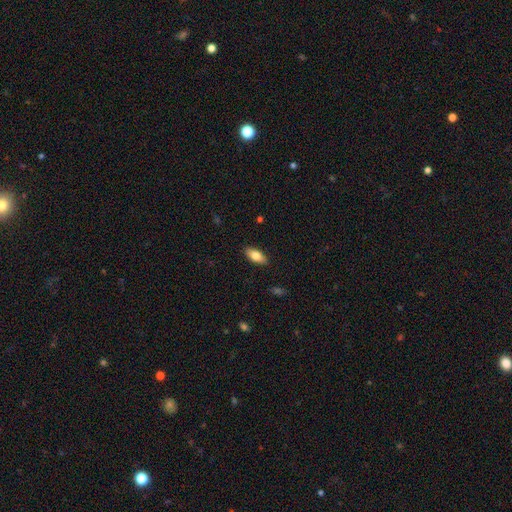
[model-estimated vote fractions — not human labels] smooth-or-featured: smooth: 78% | featured or disk: 15% | star or artifact: 7%
  how-rounded: in between: 87% | cigar-shaped: 10% | round: 3%
  merging: none: 89% | minor disturbance: 8% | major disturbance: 2% | merger: 1%